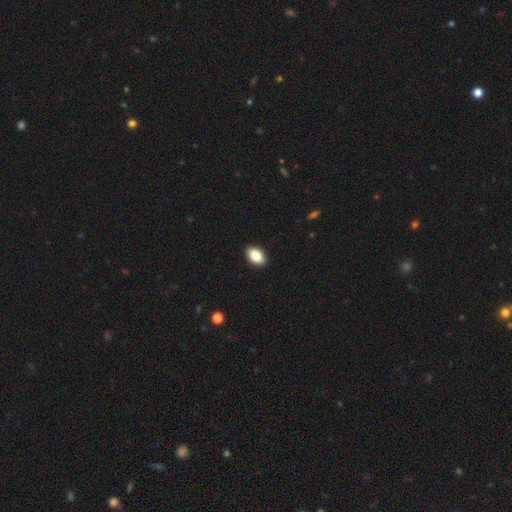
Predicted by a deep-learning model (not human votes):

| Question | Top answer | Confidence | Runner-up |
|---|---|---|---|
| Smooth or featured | smooth | 85% | star or artifact (8%) |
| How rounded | in between | 86% | round (13%) |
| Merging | none | 91% | minor disturbance (7%) |